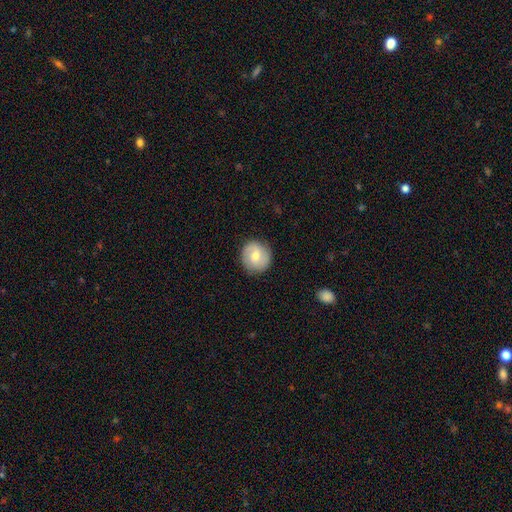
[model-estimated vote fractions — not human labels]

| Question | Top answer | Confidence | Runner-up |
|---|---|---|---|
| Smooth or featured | smooth | 60% | featured or disk (33%) |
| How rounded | round | 90% | in between (9%) |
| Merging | none | 86% | minor disturbance (10%) |